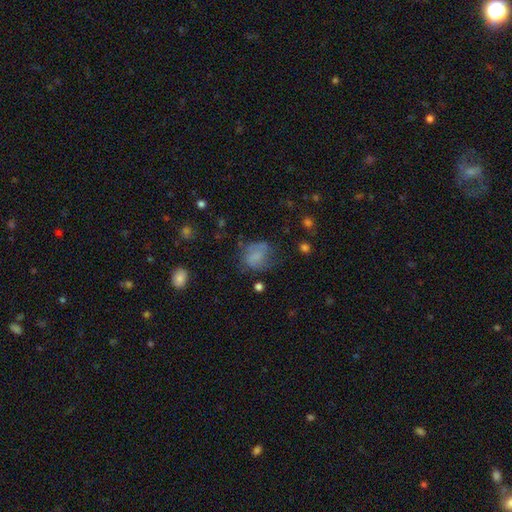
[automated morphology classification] smooth-or-featured: smooth: 66% | featured or disk: 20% | star or artifact: 14%
  how-rounded: round: 50% | in between: 49% | cigar-shaped: 1%
  merging: none: 46% | minor disturbance: 28% | major disturbance: 23% | merger: 4%